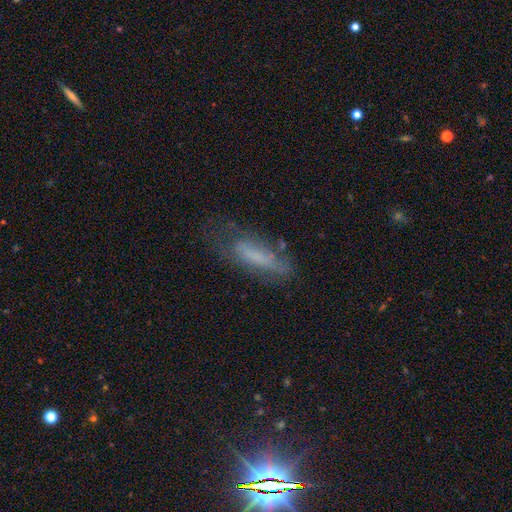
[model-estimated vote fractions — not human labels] Smooth or featured: smooth — 55% (featured or disk — 34%)
How rounded: cigar-shaped — 57% (in between — 41%)
Merging: none — 53% (minor disturbance — 28%)